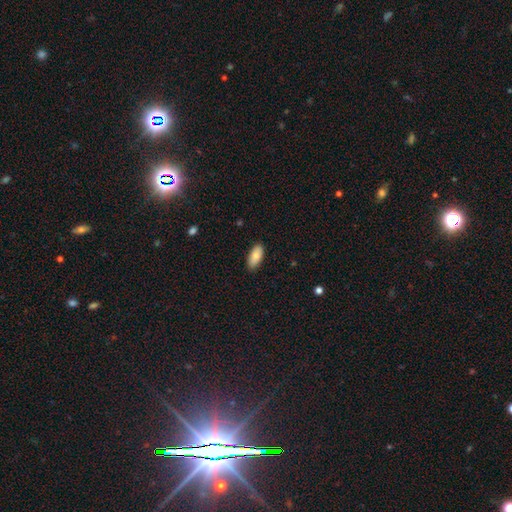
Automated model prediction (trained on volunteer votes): This is clearly a smooth galaxy (85%). How rounded: clearly in between (89%). Merging: clearly none (88%).